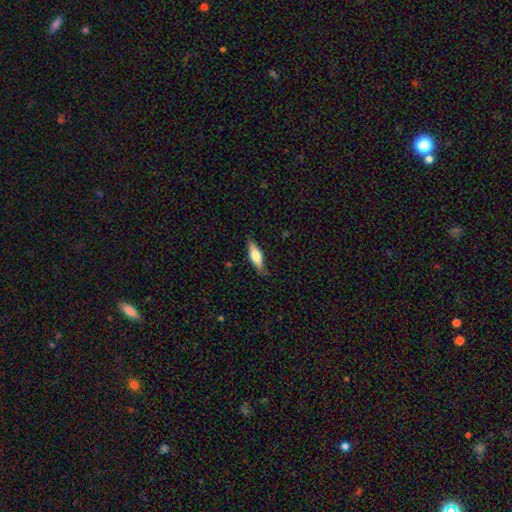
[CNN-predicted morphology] The model was most divided on "how rounded": in between: 52%, cigar-shaped: 46%, round: 3%. More confident: merging — none (81%); smooth or featured — smooth (57%).